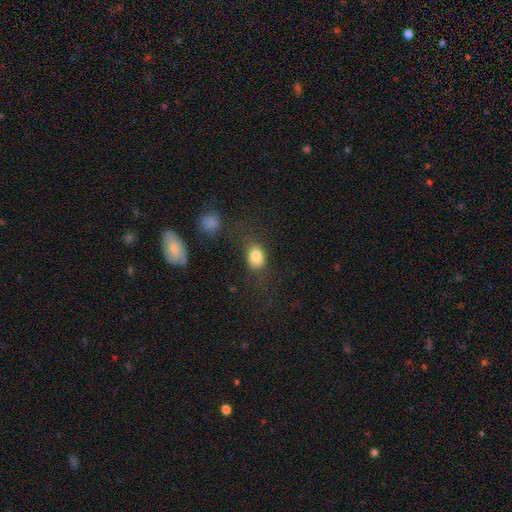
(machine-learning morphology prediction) A smooth galaxy with no disk features (81%) that is in between round and cigar-shaped (64%).

Vote fractions:
- Smooth or featured? smooth: 81% / star or artifact: 10% / featured or disk: 9%
- How rounded? in between: 64% / round: 35% / cigar-shaped: 2%
- Merging? none: 60% / minor disturbance: 20% / major disturbance: 13% / merger: 6%